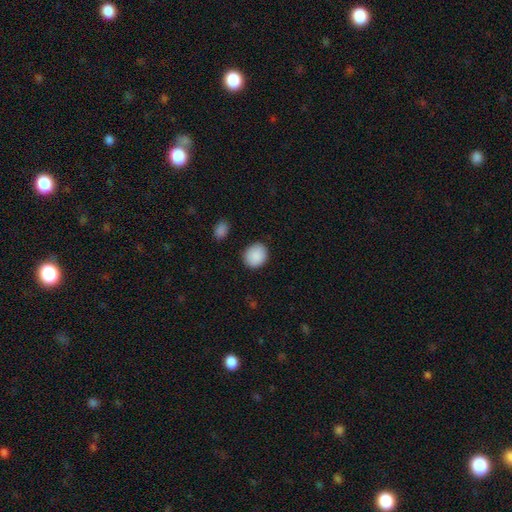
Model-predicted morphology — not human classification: Q: Smooth or featured?
A: smooth (90%); runner-up: star or artifact (7%)
Q: How rounded?
A: round (67%); runner-up: in between (32%)
Q: Merging?
A: none (86%); runner-up: minor disturbance (10%)